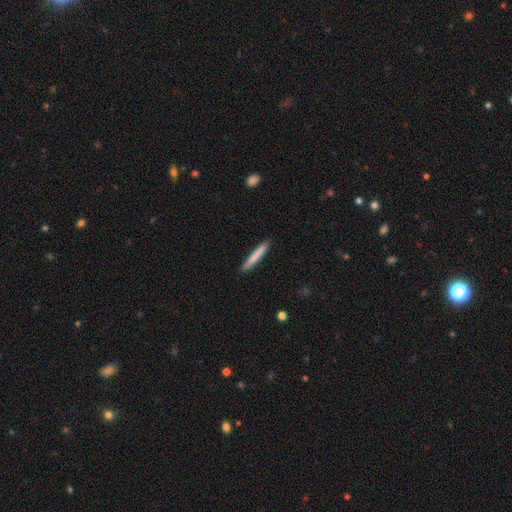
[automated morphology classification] Smooth or featured: smooth — 79% (featured or disk — 16%)
How rounded: cigar-shaped — 96% (in between — 3%)
Merging: none — 91% (minor disturbance — 6%)